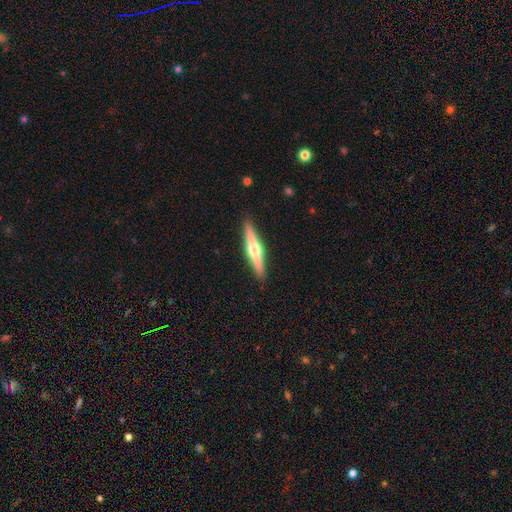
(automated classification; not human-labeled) Morphology: type=featured or disk (74%); edge-on=yes (98%); edge-on bulge=rounded (94%); merging=none (92%).